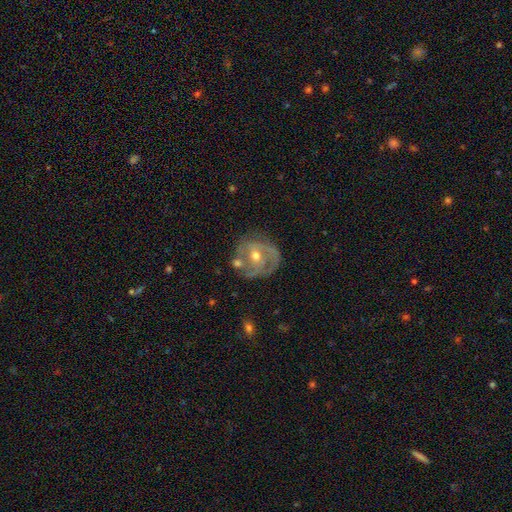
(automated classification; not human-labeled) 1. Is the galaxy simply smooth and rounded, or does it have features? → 79% featured or disk, 14% smooth, 7% star or artifact.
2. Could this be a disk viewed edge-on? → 97% no, 3% yes.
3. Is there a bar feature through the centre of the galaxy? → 58% no, 32% weak, 10% strong.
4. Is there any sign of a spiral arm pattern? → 83% yes, 17% no.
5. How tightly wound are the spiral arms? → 54% tight, 34% medium, 11% loose.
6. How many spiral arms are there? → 39% 2, 26% can't tell, 19% 3, 9% 1, 4% 4, 3% more than 4.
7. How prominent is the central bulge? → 62% moderate, 34% small, 2% large, 1% none, 1% dominant.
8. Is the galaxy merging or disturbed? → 63% none, 20% minor disturbance, 9% major disturbance, 8% merger.